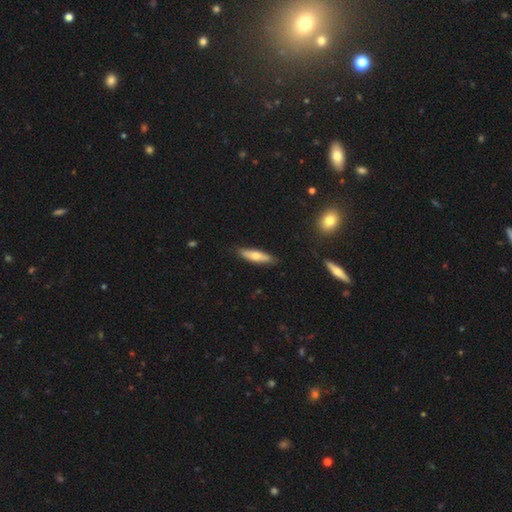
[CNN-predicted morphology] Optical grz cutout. It shows a smooth galaxy with no disk features (61%) that is cigar-shaped (65%). Merging: none (85%).